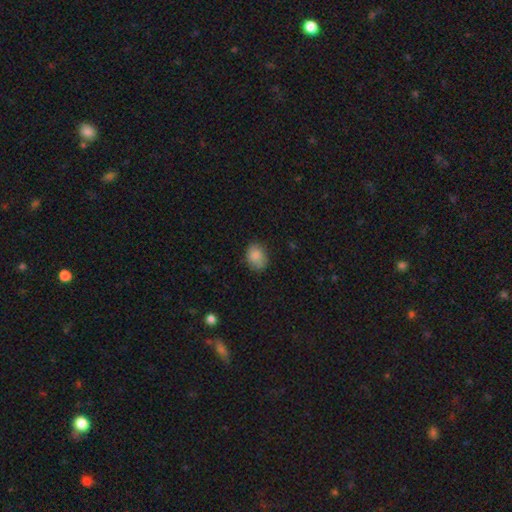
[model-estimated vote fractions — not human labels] Morphology: type=smooth (85%); roundness=in between (57%); merging=none (75%).